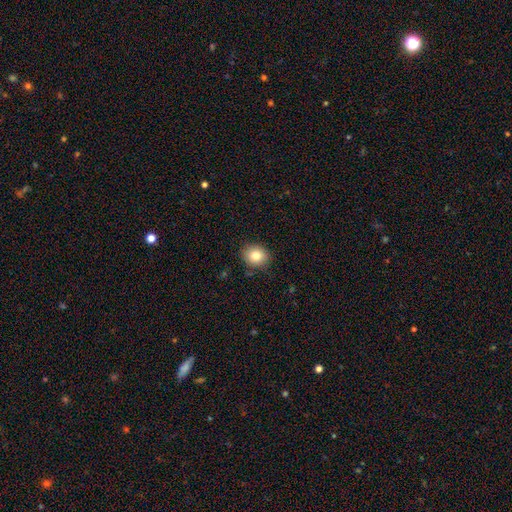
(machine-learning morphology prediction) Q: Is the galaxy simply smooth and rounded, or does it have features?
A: smooth — 80%.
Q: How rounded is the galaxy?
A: round — 69%.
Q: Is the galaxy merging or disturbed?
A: none — 87%.